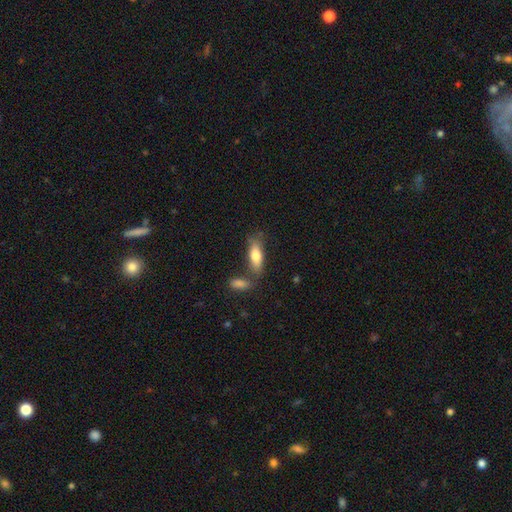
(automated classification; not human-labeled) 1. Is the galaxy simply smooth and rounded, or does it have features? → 76% smooth, 18% featured or disk, 6% star or artifact.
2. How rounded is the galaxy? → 64% in between, 33% cigar-shaped, 3% round.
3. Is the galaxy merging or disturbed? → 64% none, 16% merger, 16% minor disturbance, 5% major disturbance.